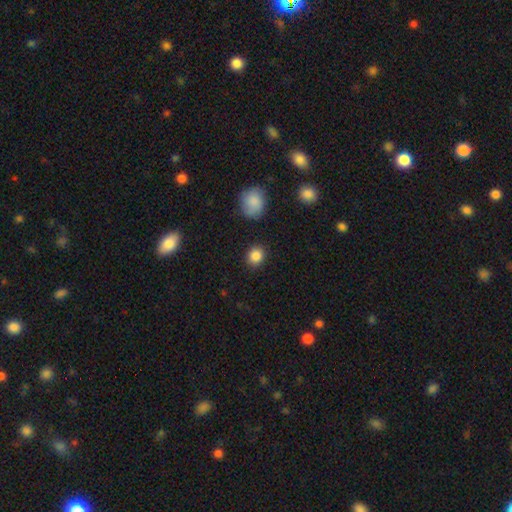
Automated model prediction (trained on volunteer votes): smooth-or-featured: smooth: 86% | star or artifact: 10% | featured or disk: 4%
  how-rounded: round: 75% | in between: 24% | cigar-shaped: 1%
  merging: none: 87% | minor disturbance: 9% | major disturbance: 2% | merger: 2%